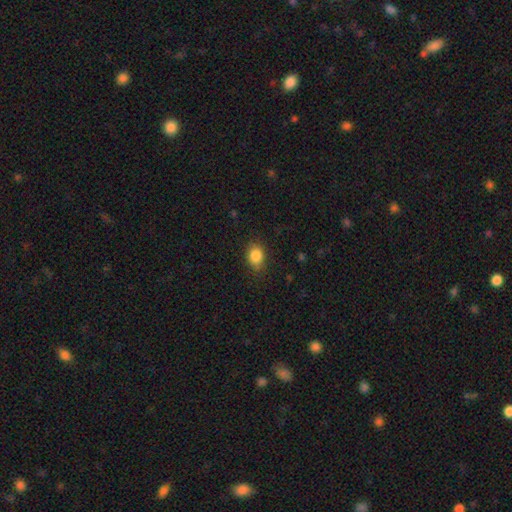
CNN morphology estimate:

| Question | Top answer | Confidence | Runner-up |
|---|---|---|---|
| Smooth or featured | smooth | 86% | star or artifact (9%) |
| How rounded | in between | 56% | round (42%) |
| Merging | none | 81% | minor disturbance (14%) |